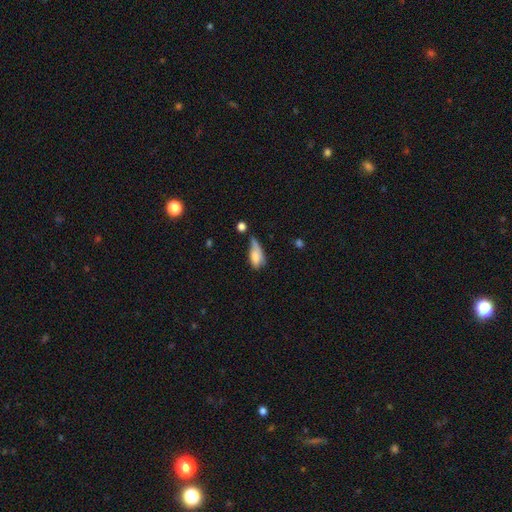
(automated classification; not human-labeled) Smooth or featured? Predicted: smooth (p=0.69). How rounded? Predicted: in between (p=0.80). Merging? Predicted: minor disturbance (p=0.32).